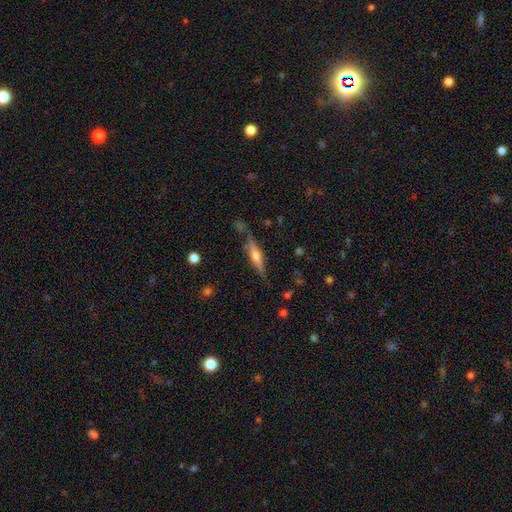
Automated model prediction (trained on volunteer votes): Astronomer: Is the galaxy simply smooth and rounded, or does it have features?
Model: featured or disk — 63%.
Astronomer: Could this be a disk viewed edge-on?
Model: yes — 95%.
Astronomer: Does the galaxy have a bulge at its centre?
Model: rounded — 83%.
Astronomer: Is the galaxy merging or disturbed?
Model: none — 74%.